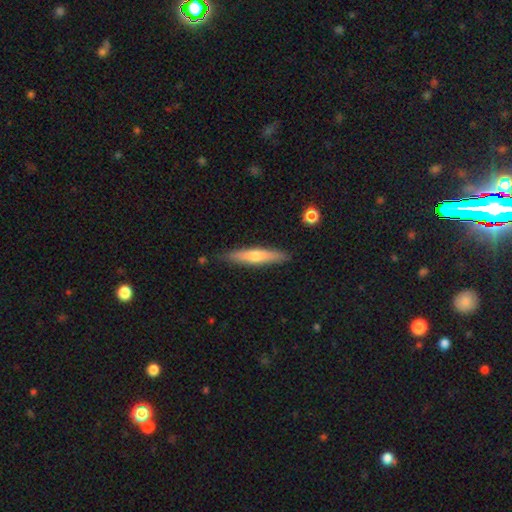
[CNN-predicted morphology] Smooth or featured?
  - smooth: 50% *
  - featured or disk: 44%
  - star or artifact: 6%
How rounded?
  - cigar-shaped: 91% *
  - in between: 8%
  - round: 1%
Merging?
  - none: 87% *
  - minor disturbance: 9%
  - major disturbance: 2%
  - merger: 2%